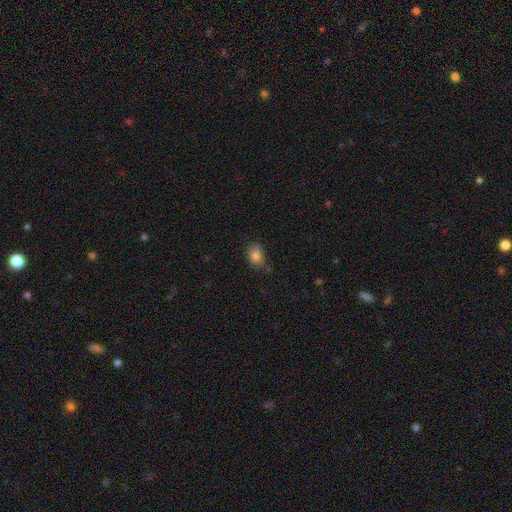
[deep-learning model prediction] The model was most divided on "how rounded": in between: 70%, round: 29%, cigar-shaped: 1%. More confident: smooth or featured — smooth (83%); merging — none (78%).